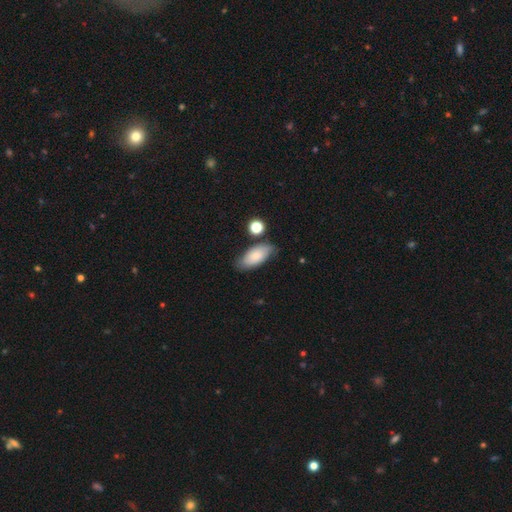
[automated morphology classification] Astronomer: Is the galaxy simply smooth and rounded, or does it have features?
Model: smooth — 76%.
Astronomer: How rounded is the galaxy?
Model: in between — 89%.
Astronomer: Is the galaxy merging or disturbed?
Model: none — 71%.